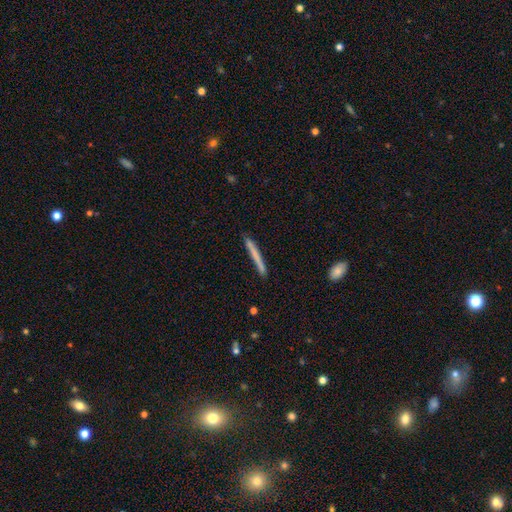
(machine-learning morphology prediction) type=smooth (64%); roundness=cigar-shaped (97%); merging=none (88%).